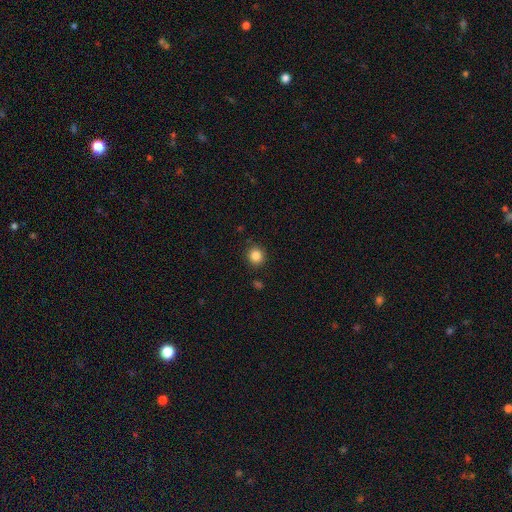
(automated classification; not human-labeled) This appears to be a smooth galaxy with no disk features (86%) that is round (91%). Merging: none (89%).